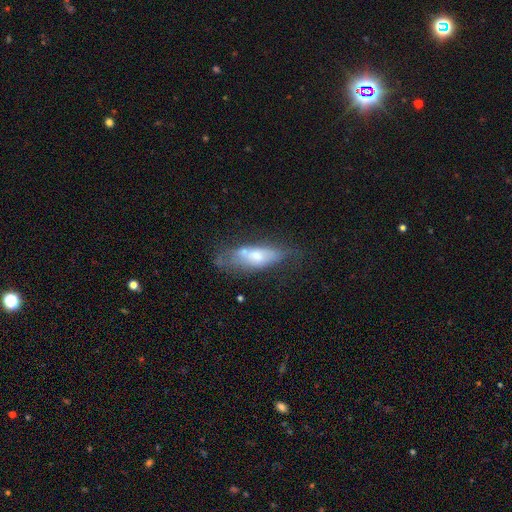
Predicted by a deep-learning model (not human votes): A smooth galaxy with no disk features (52%) that is in between round and cigar-shaped (63%). Merging: none (39%).